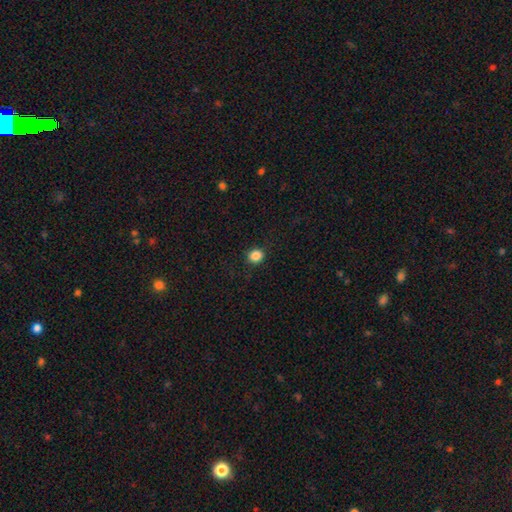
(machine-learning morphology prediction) This appears to be a smooth galaxy with no disk features (86%) that is round (83%). Merging: none (90%).